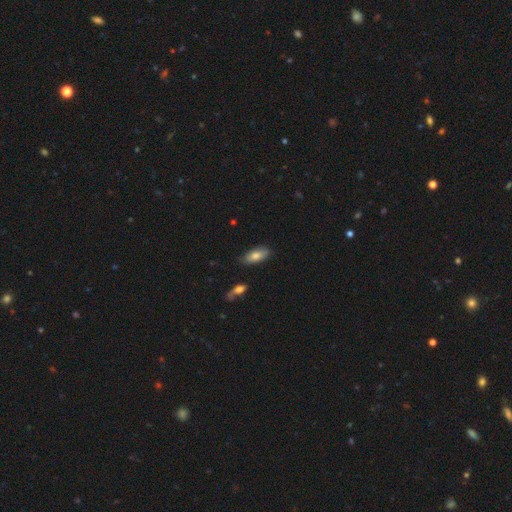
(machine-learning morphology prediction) type=smooth (77%); roundness=in between (83%); merging=none (79%).